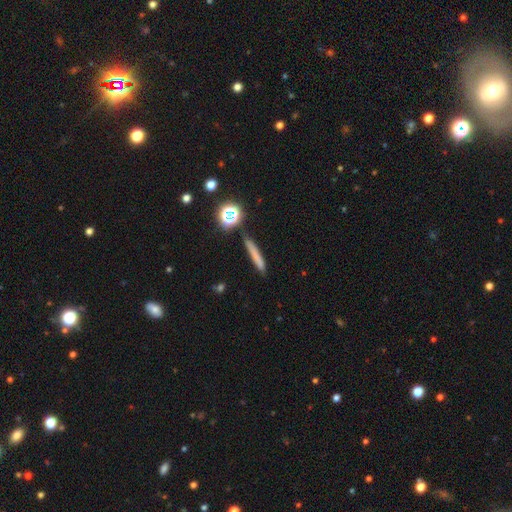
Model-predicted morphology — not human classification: Smooth or featured: smooth — 69% (featured or disk — 18%)
How rounded: cigar-shaped — 92% (in between — 5%)
Merging: none — 86% (minor disturbance — 9%)